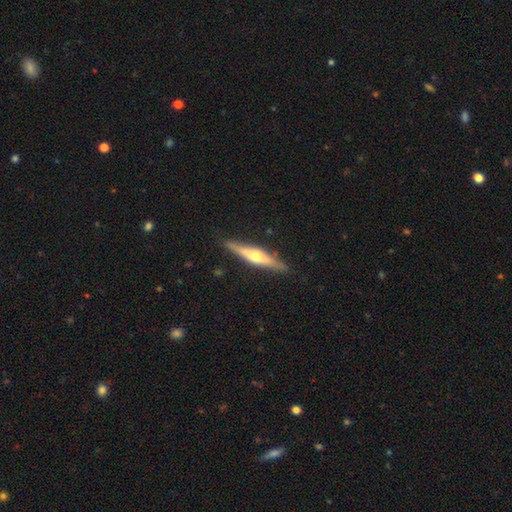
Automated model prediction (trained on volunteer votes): Smooth or featured? featured or disk (67%)
Edge-on disk? yes (96%)
Edge-on bulge? rounded (89%)
Merging? none (88%)